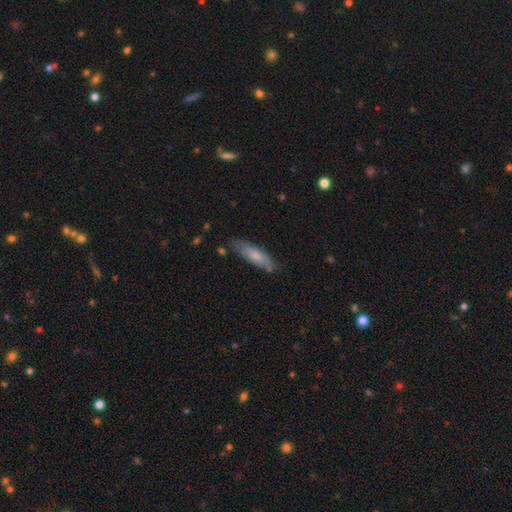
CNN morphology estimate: smooth 71%, featured or disk 24%, star or artifact 6%. Down the decision tree: how rounded — cigar-shaped (64%); merging — none (76%).